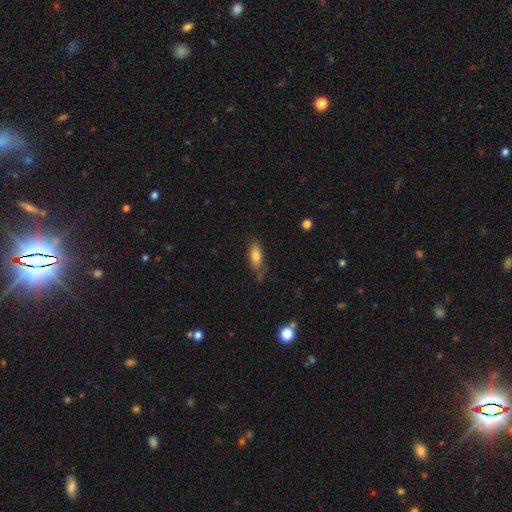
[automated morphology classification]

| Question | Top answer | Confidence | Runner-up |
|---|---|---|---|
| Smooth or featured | smooth | 78% | featured or disk (15%) |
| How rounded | in between | 73% | cigar-shaped (24%) |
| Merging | none | 61% | minor disturbance (28%) |